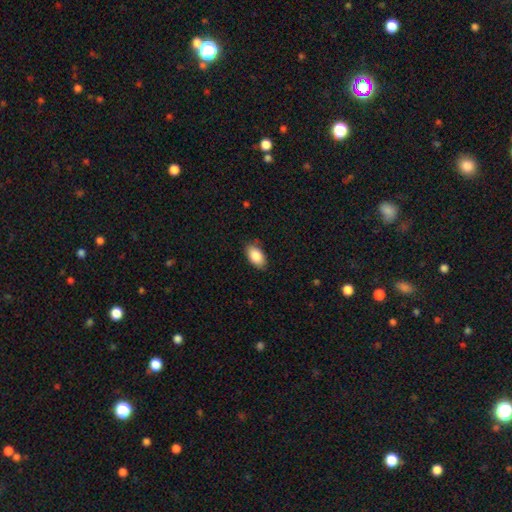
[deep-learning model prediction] This appears to be a smooth galaxy with no disk features (87%) that is in between round and cigar-shaped (94%). Merging: none (84%).